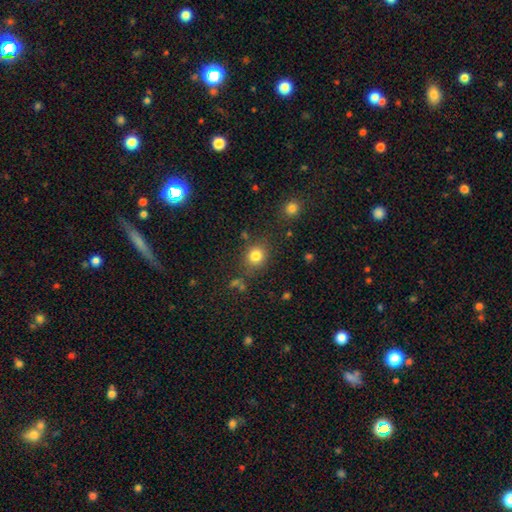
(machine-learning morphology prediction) smooth-or-featured: smooth: 82% | star or artifact: 12% | featured or disk: 6%
  how-rounded: round: 77% | in between: 22% | cigar-shaped: 1%
  merging: none: 80% | minor disturbance: 11% | merger: 5% | major disturbance: 4%